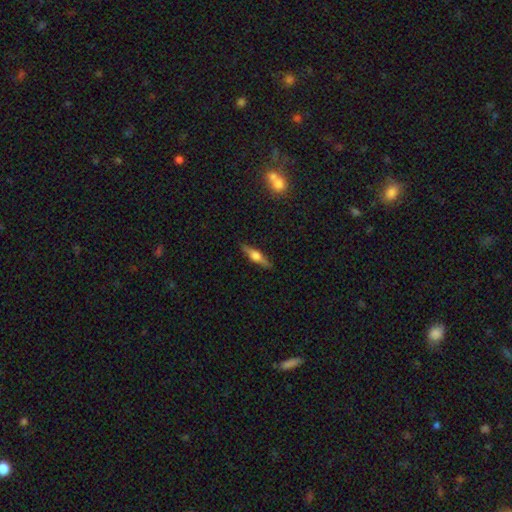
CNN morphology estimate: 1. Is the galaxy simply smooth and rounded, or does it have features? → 62% featured or disk, 32% smooth, 6% star or artifact.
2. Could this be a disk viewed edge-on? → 96% yes, 4% no.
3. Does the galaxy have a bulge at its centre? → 91% rounded, 7% boxy, 2% none.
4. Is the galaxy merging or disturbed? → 88% none, 9% minor disturbance, 2% major disturbance, 1% merger.